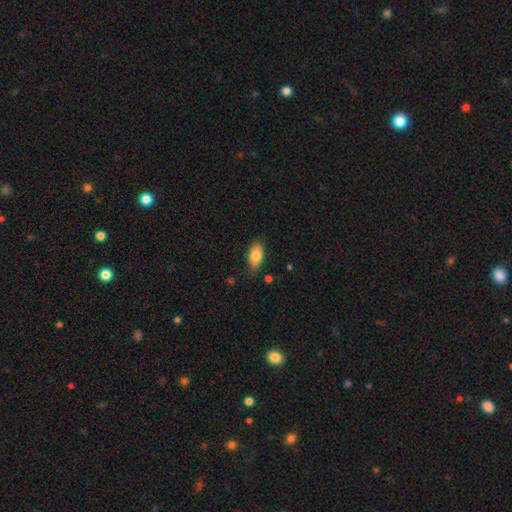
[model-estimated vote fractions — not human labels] A smooth galaxy with no disk features (82%) that is in between round and cigar-shaped (91%).

Vote fractions:
- Smooth or featured? smooth: 82% / featured or disk: 11% / star or artifact: 7%
- How rounded? in between: 91% / cigar-shaped: 5% / round: 4%
- Merging? none: 75% / minor disturbance: 19% / major disturbance: 3% / merger: 2%